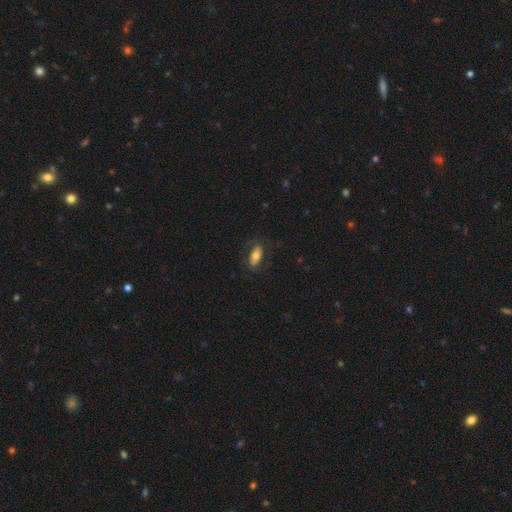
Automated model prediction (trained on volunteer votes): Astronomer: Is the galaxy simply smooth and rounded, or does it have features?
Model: smooth — 64%.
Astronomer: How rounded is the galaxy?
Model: in between — 86%.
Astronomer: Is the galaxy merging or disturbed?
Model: none — 74%.